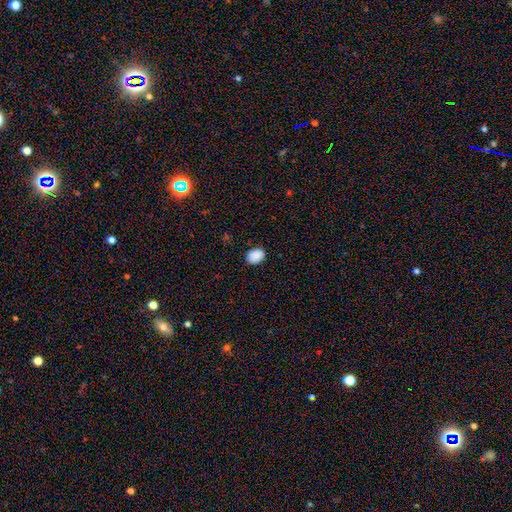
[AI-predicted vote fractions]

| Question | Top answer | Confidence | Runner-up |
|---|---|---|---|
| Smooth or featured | smooth | 89% | star or artifact (8%) |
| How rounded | in between | 71% | round (28%) |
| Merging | none | 87% | minor disturbance (10%) |